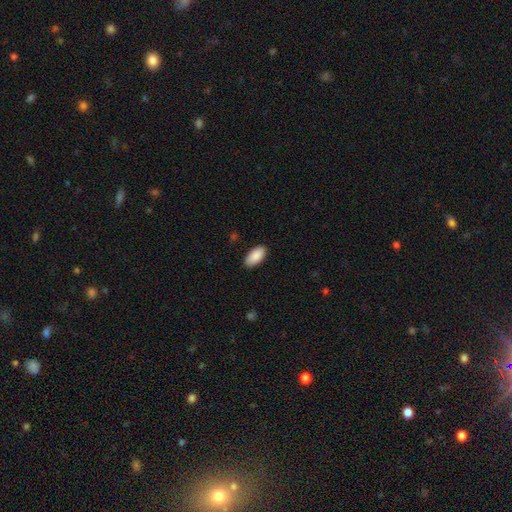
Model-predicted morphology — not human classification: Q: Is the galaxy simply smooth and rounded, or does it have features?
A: smooth — 90%.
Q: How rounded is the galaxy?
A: in between — 94%.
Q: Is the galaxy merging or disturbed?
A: none — 88%.